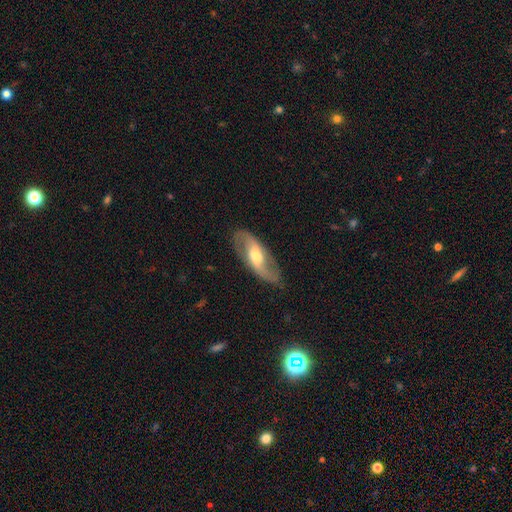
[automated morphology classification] Smooth or featured?
  - featured or disk: 75% *
  - smooth: 20%
  - star or artifact: 5%
Edge-on disk?
  - no: 89% *
  - yes: 11%
Bar?
  - weak: 46% *
  - strong: 28%
  - no: 26%
Spiral arms?
  - yes: 86% *
  - no: 14%
Spiral winding?
  - loose: 52% *
  - medium: 36%
  - tight: 13%
Spiral arm count?
  - 2: 89% *
  - can't tell: 6%
  - 1: 2%
  - 3: 1%
  - 4: 1%
  - more than 4: 1%
Bulge size?
  - moderate: 67% *
  - small: 20%
  - large: 10%
  - none: 2%
  - dominant: 1%
Merging?
  - none: 81% *
  - minor disturbance: 14%
  - major disturbance: 5%
  - merger: 1%